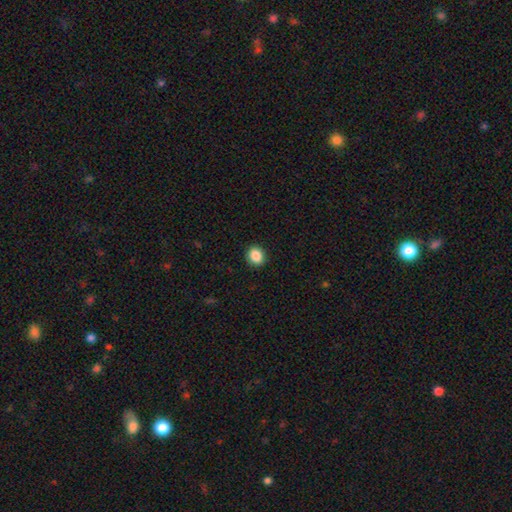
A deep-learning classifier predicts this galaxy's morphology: Overall: smooth (87%). How rounded: round (67%; in between 32%). Merging: none (91%).